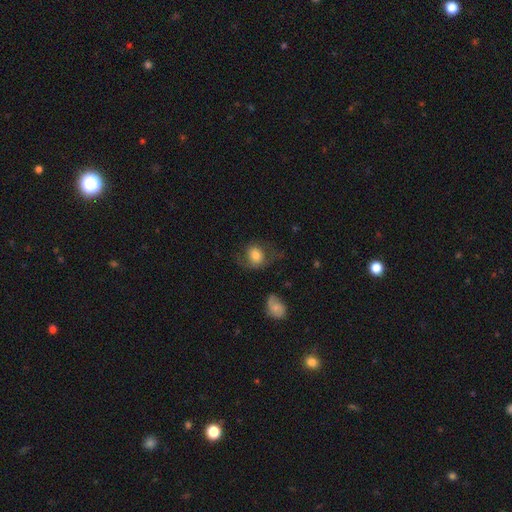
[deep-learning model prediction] Smooth or featured? smooth (67%)
How rounded? round (62%)
Merging? none (50%)